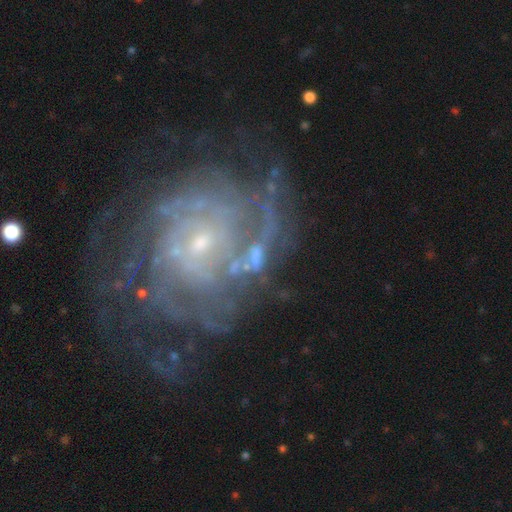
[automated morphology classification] featured or disk 50%, smooth 26%, star or artifact 24%. Down the decision tree: edge-on disk — no (89%); merging — none (42%).